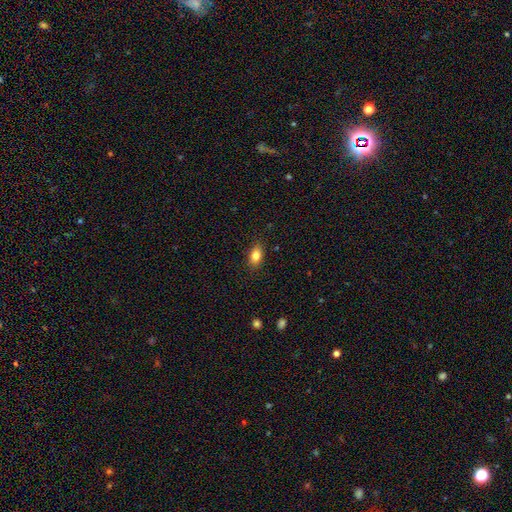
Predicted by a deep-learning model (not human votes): A smooth galaxy with no disk features (83%) that is in between round and cigar-shaped (84%). Merging: none (87%).